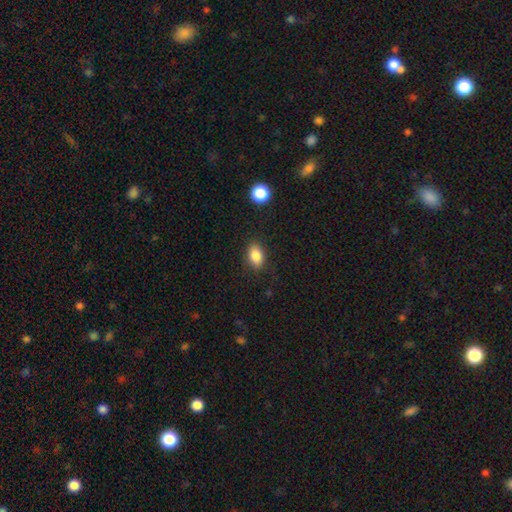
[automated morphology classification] Smooth or featured? smooth (86%)
How rounded? in between (84%)
Merging? none (84%)